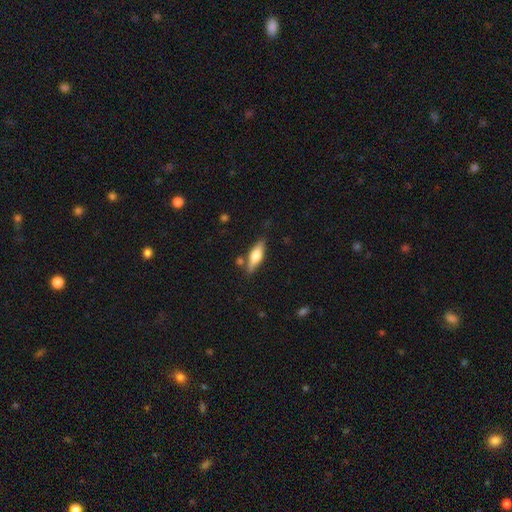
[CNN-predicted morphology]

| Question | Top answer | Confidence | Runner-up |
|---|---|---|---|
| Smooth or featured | smooth | 48% | featured or disk (46%) |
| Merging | none | 78% | minor disturbance (14%) |